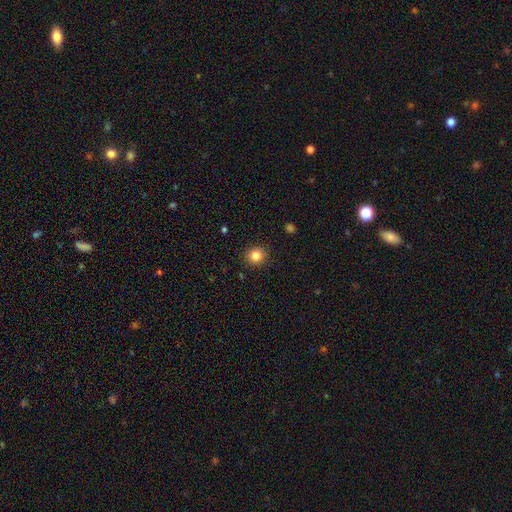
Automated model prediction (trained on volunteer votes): Smooth or featured: smooth — 83% (star or artifact — 11%)
How rounded: round — 87% (in between — 12%)
Merging: none — 90% (minor disturbance — 7%)